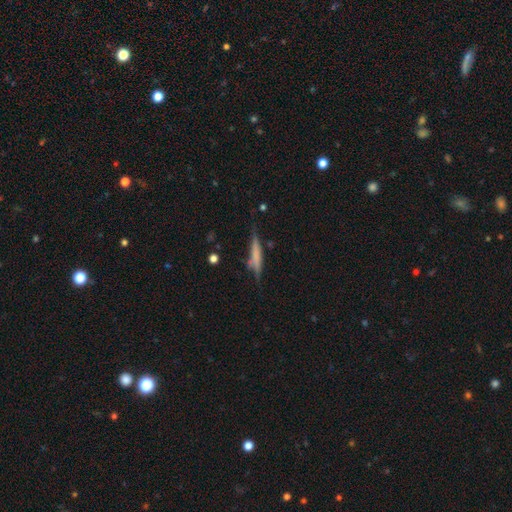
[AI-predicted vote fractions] This is possibly a smooth galaxy (55%). How rounded: clearly cigar-shaped (88%). Merging: likely none (63%).